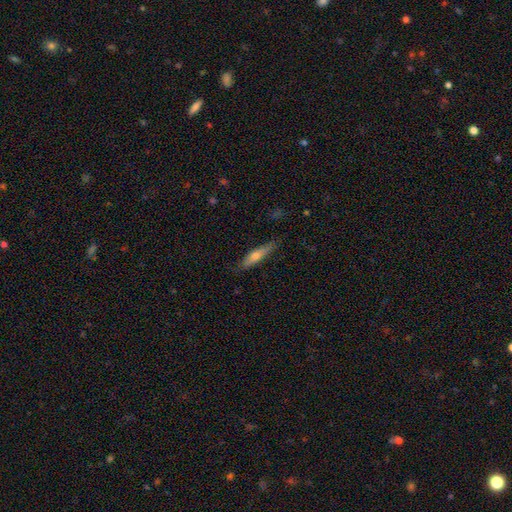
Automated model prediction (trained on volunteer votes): Smooth or featured? smooth (52%)
How rounded? cigar-shaped (84%)
Merging? none (82%)